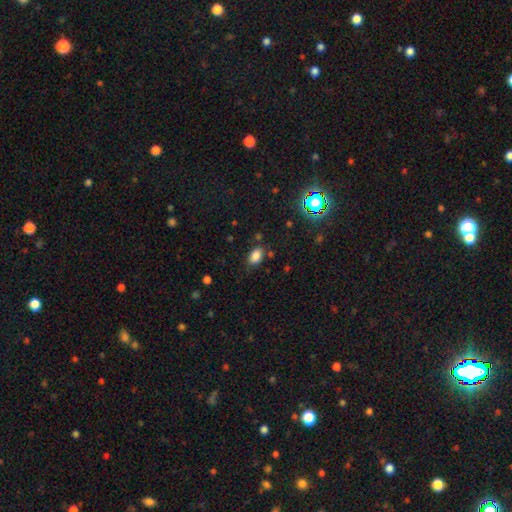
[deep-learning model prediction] Q: Smooth or featured?
A: smooth (83%); runner-up: star or artifact (12%)
Q: How rounded?
A: in between (86%); runner-up: round (12%)
Q: Merging?
A: none (80%); runner-up: minor disturbance (14%)